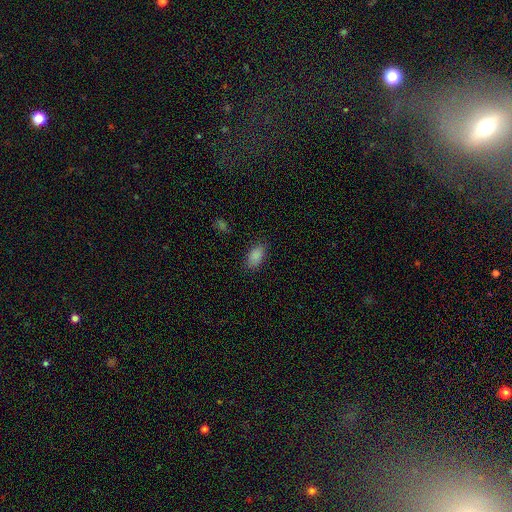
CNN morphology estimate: type=smooth (88%); roundness=in between (93%); merging=none (85%).